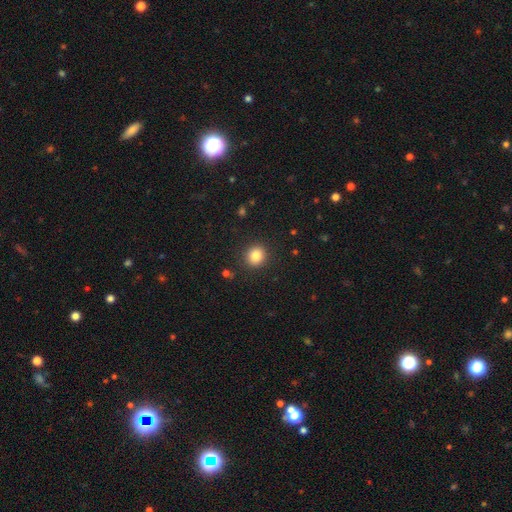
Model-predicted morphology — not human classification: A smooth galaxy with no disk features (84%) that is round (81%). Merging: none (90%).